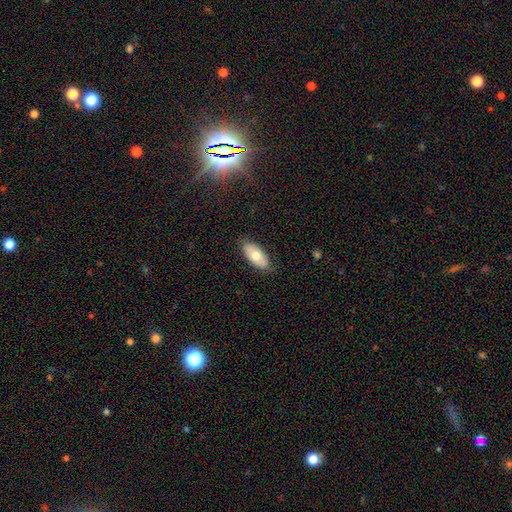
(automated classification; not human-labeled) Q: Smooth or featured?
A: smooth (74%); runner-up: featured or disk (20%)
Q: How rounded?
A: in between (91%); runner-up: cigar-shaped (7%)
Q: Merging?
A: none (84%); runner-up: minor disturbance (13%)